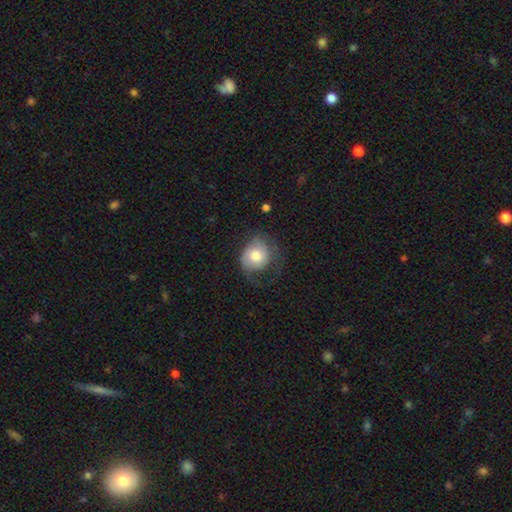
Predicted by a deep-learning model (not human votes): This appears to be a smooth galaxy with no disk features (66%) that is round (67%). Merging: none (43%).